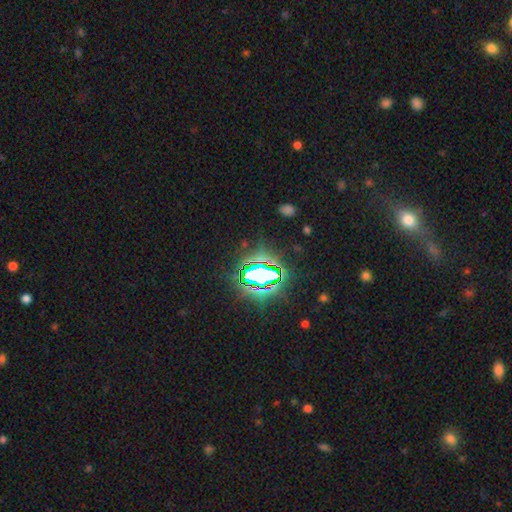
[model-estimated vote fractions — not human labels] Q: Smooth or featured?
A: star or artifact (79%); runner-up: smooth (13%)